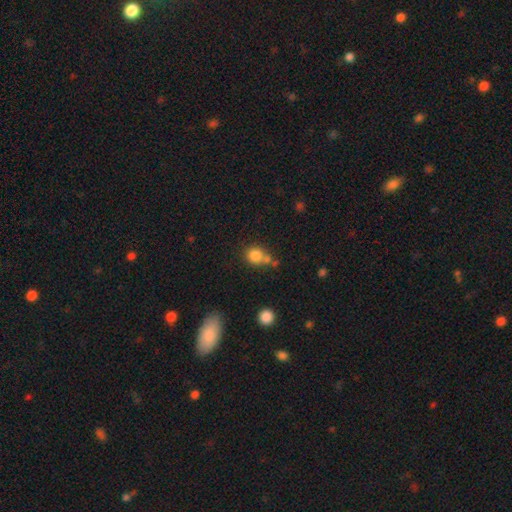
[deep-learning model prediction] smooth_or_featured: smooth (p=0.82) [alt: star or artifact p=0.11]
how_rounded: round (p=0.81) [alt: in between p=0.18]
merging: none (p=0.53) [alt: merger p=0.26]